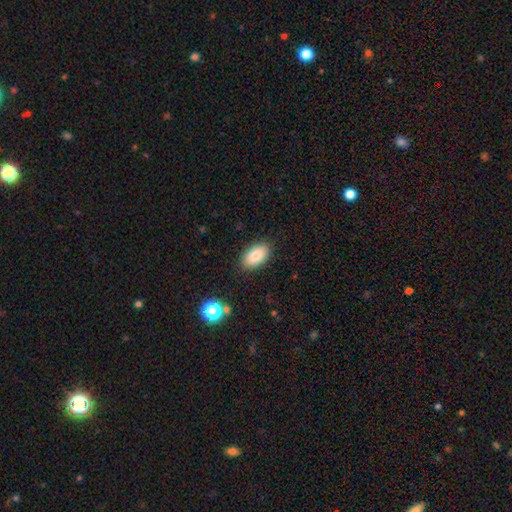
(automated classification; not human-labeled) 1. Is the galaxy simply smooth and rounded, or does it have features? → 84% smooth, 8% featured or disk, 8% star or artifact.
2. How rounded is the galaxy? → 94% in between, 4% round, 2% cigar-shaped.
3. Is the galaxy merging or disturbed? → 87% none, 9% minor disturbance, 2% major disturbance, 1% merger.